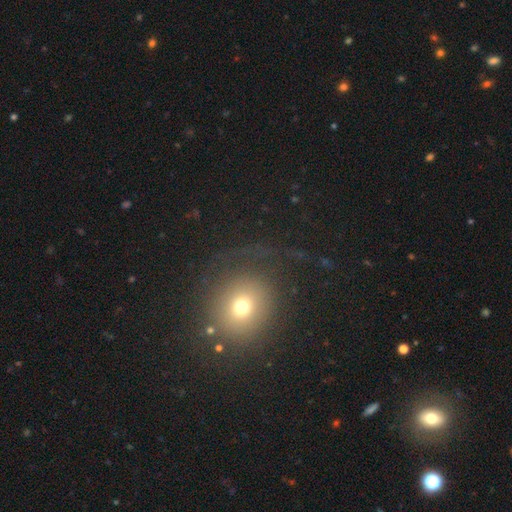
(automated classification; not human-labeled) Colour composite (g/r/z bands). It shows a smooth galaxy with no disk features (54%) that is round (82%). Merging: none (80%).